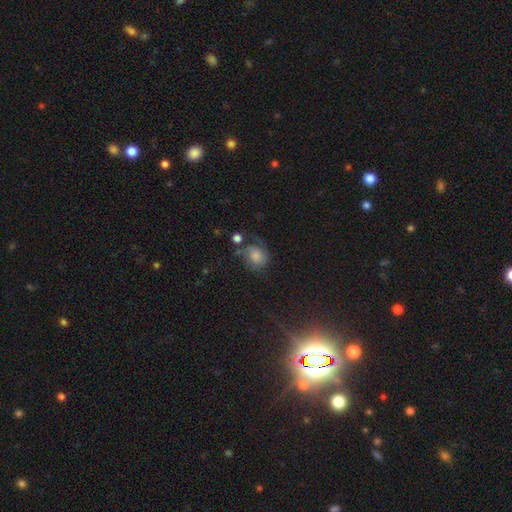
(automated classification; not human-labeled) A featured or disk galaxy (43%). Merging: none (47%).